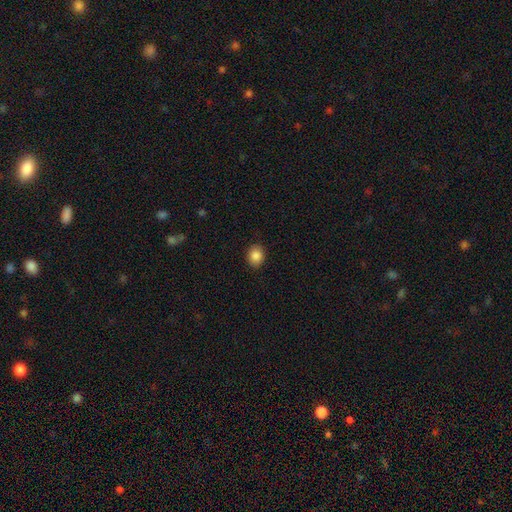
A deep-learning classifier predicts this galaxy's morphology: smooth 86%, star or artifact 9%, featured or disk 4%. Down the decision tree: how rounded — round (60%); merging — none (89%).